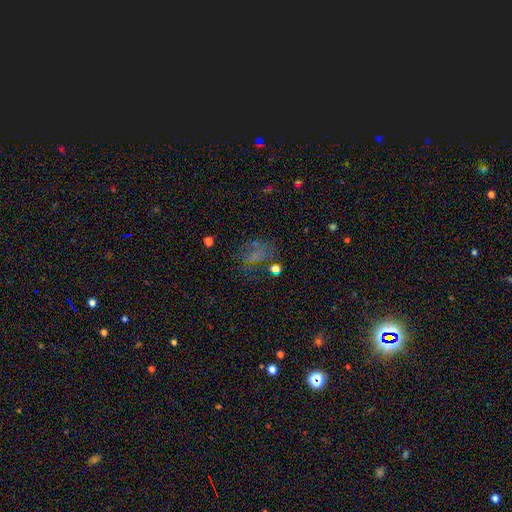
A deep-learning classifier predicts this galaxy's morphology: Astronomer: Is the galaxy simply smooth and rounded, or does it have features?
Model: smooth — 40% (runner-up: star or artifact, 32%).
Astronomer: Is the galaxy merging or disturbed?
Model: none — 52%.